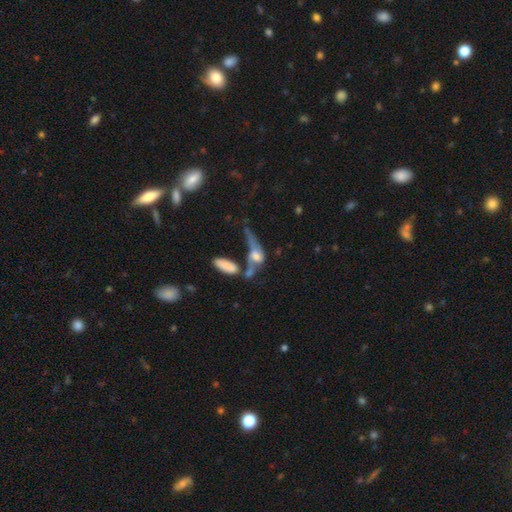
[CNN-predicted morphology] Smooth or featured? smooth (45%)
Merging? merger (42%)